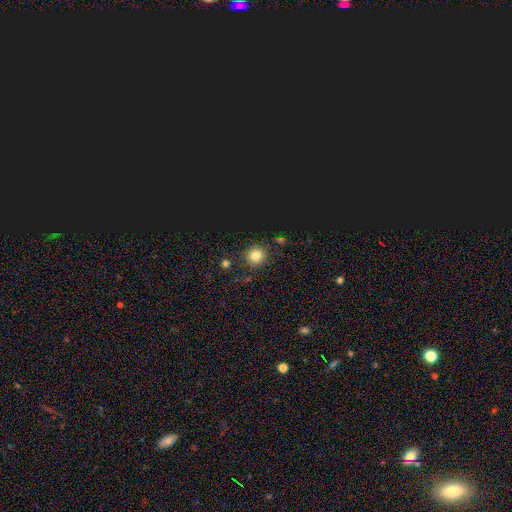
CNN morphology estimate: smooth 75%, star or artifact 19%, featured or disk 6%. Down the decision tree: how rounded — round (92%); merging — none (84%).